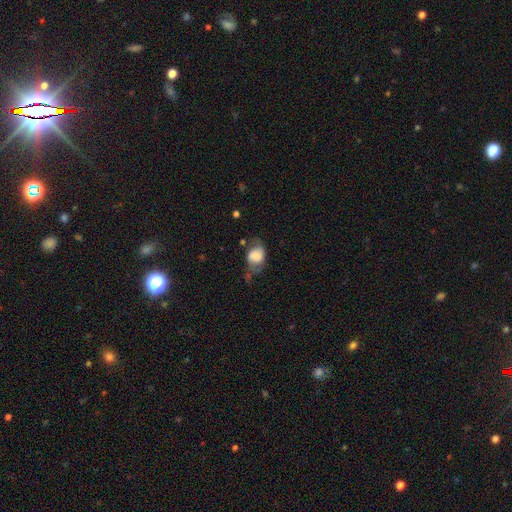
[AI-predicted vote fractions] Smooth or featured?
  - smooth: 54% *
  - featured or disk: 38%
  - star or artifact: 8%
How rounded?
  - in between: 61% *
  - round: 37%
  - cigar-shaped: 1%
Merging?
  - none: 40% *
  - minor disturbance: 32%
  - major disturbance: 24%
  - merger: 5%